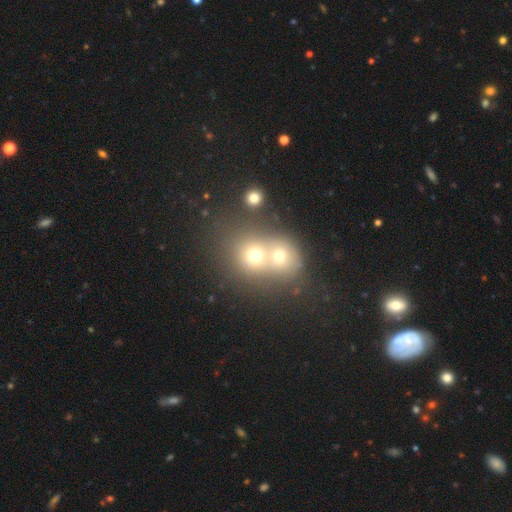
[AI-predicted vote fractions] Smooth or featured: smooth — 62% (featured or disk — 20%)
How rounded: round — 74% (in between — 25%)
Merging: merger — 67% (none — 25%)